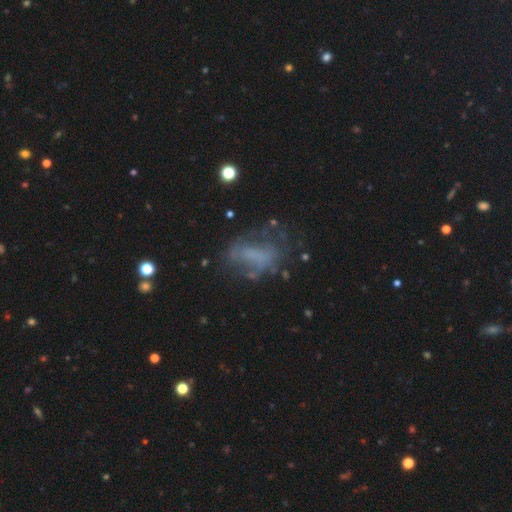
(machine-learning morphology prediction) Smooth or featured? Predicted: featured or disk (p=0.47). Merging? Predicted: none (p=0.44).